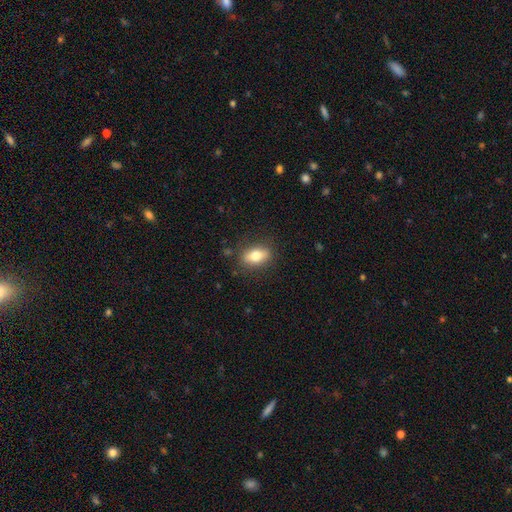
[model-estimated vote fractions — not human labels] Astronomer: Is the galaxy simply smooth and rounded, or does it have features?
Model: smooth — 76%.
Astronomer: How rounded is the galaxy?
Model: in between — 83%.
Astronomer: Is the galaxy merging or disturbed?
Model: none — 83%.